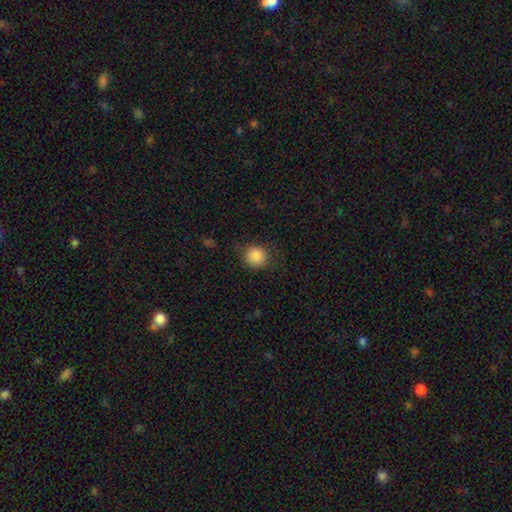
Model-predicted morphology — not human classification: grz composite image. It shows a smooth galaxy with no disk features (87%) that is round (90%). Merging: none (78%).